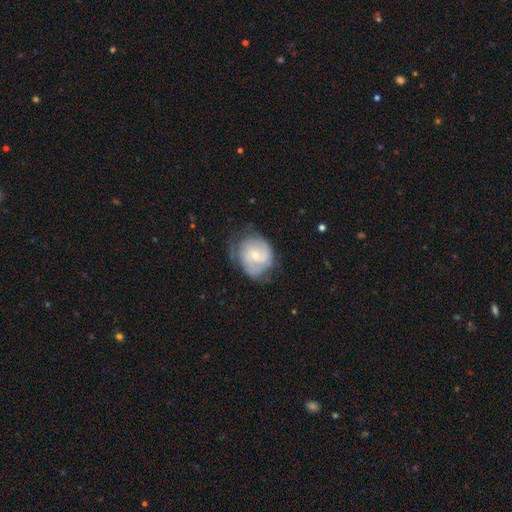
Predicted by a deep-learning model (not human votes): Smooth or featured: featured or disk — 72% (smooth — 22%)
Edge-on disk: no — 98% (yes — 2%)
Bar: no — 53% (weak — 41%)
Spiral arms: yes — 90% (no — 10%)
Spiral winding: tight — 49% (medium — 38%)
Spiral arm count: 2 — 53% (can't tell — 26%)
Bulge size: small — 61% (moderate — 35%)
Merging: none — 60% (minor disturbance — 26%)